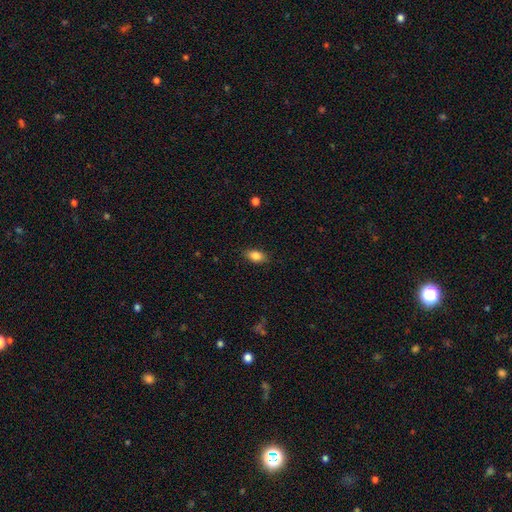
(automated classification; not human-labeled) This appears to be a smooth galaxy with no disk features (83%) that is in between round and cigar-shaped (87%). Merging: none (86%).